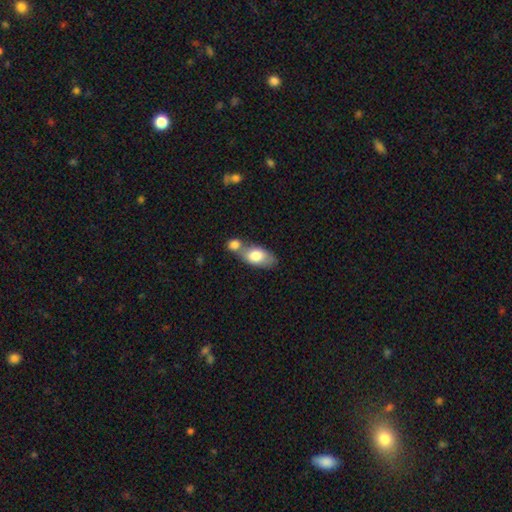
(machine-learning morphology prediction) Overall: smooth (75%). How rounded: in between (88%). Merging: merger (53%; none 31%).